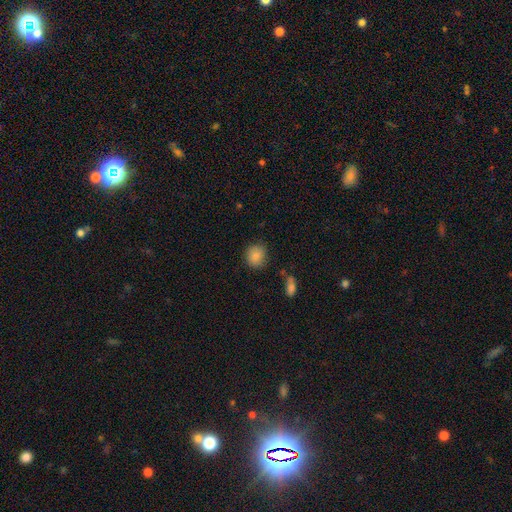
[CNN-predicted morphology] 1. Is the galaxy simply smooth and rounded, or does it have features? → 85% smooth, 9% star or artifact, 6% featured or disk.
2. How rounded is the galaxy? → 83% round, 16% in between, 1% cigar-shaped.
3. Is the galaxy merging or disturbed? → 83% none, 12% minor disturbance, 3% major disturbance, 3% merger.